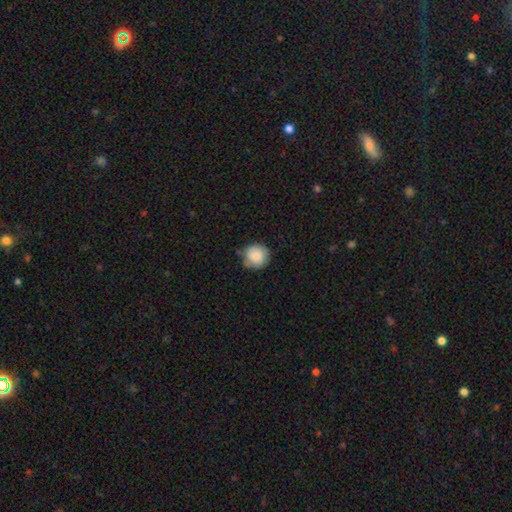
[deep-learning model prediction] Morphology: type=smooth (84%); roundness=round (92%); merging=none (75%).